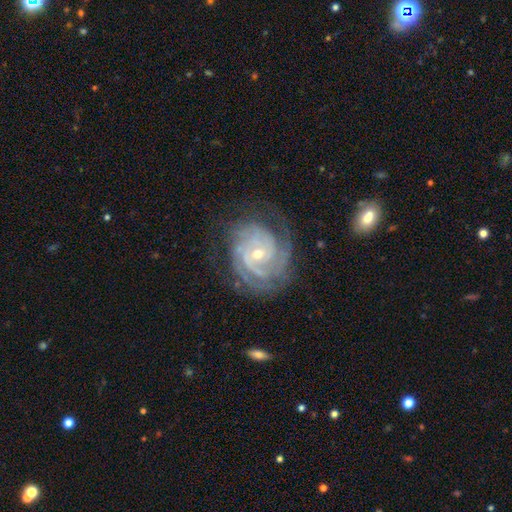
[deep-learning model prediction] Smooth or featured: featured or disk — 89% (star or artifact — 6%)
Edge-on disk: no — 97% (yes — 3%)
Bar: no — 60% (weak — 30%)
Spiral arms: yes — 98% (no — 2%)
Spiral winding: tight — 76% (medium — 21%)
Spiral arm count: 3 — 28% (can't tell — 20%)
Bulge size: small — 66% (moderate — 31%)
Merging: none — 73% (minor disturbance — 17%)